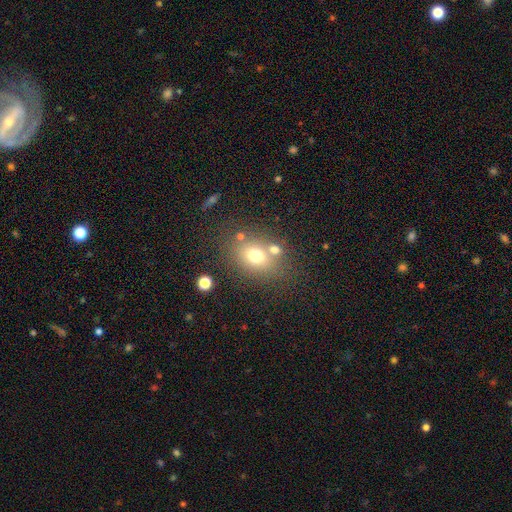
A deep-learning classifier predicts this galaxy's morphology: Smooth or featured? smooth (70%)
How rounded? in between (56%)
Merging? none (61%)